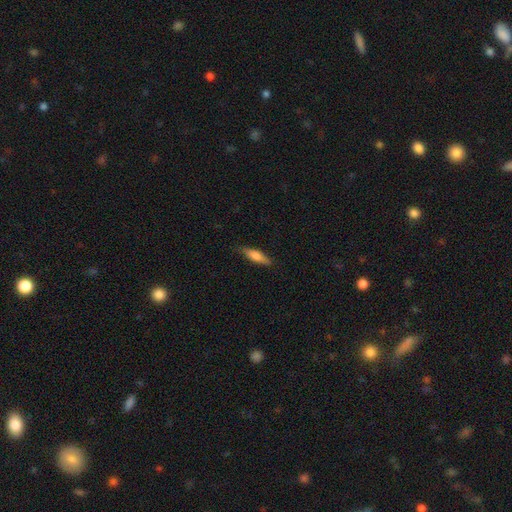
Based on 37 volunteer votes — This appears to be a smooth galaxy with no disk features (81%) that is cigar-shaped (53%). Merging: none (86%).